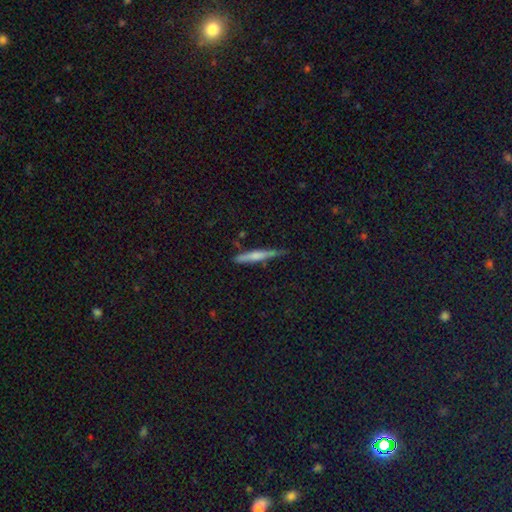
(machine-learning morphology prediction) smooth-or-featured: smooth: 57% | featured or disk: 37% | star or artifact: 6%
  how-rounded: cigar-shaped: 94% | in between: 5% | round: 2%
  merging: none: 70% | minor disturbance: 23% | major disturbance: 4% | merger: 3%